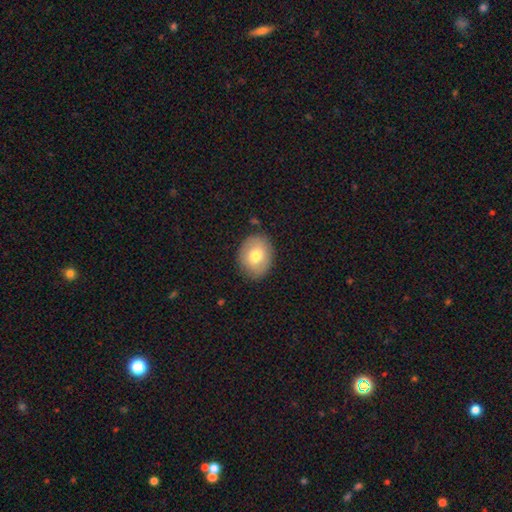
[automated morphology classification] Smooth or featured: smooth — 72% (featured or disk — 21%)
How rounded: round — 52% (in between — 47%)
Merging: none — 85% (minor disturbance — 11%)